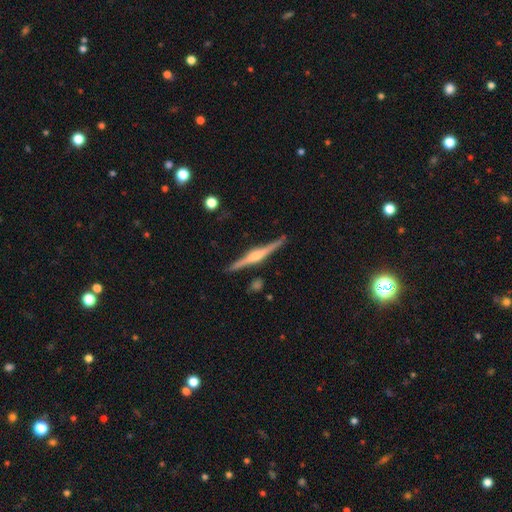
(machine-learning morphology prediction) This appears to be a featured or disk galaxy (82%) viewed edge-on (98%) with a rounded central bulge (85%). Merging: none (89%).